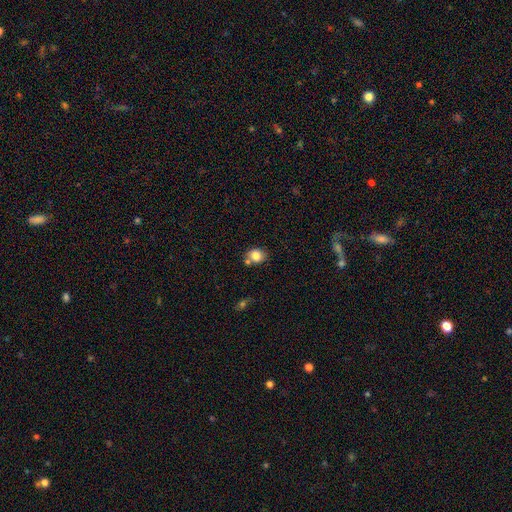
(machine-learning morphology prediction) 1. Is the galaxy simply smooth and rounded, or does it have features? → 81% smooth, 10% star or artifact, 9% featured or disk.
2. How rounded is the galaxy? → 58% round, 41% in between, 1% cigar-shaped.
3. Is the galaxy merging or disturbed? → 63% none, 18% merger, 15% minor disturbance, 4% major disturbance.